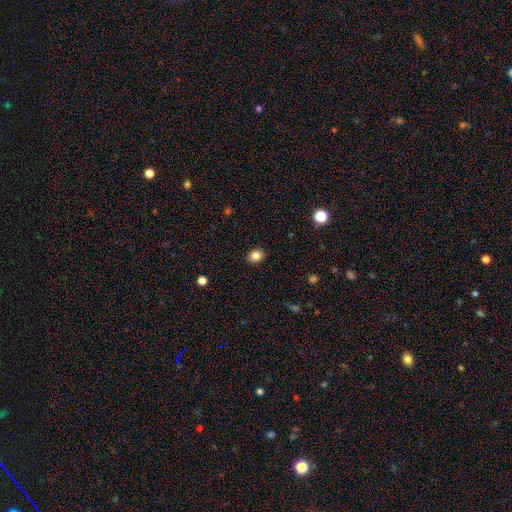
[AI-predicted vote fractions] Overall: smooth (83%). How rounded: round (51%; in between 48%). Merging: none (90%).